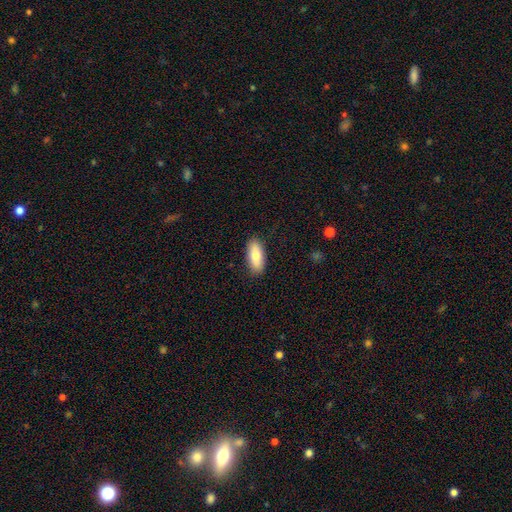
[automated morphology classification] The model was most divided on "how rounded": in between: 82%, cigar-shaped: 16%, round: 2%. More confident: merging — none (88%); smooth or featured — smooth (81%).